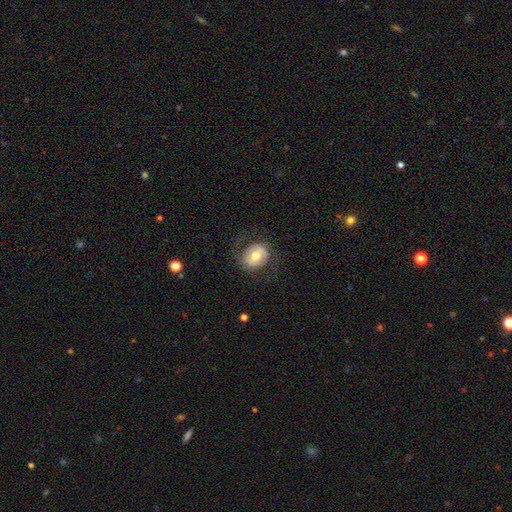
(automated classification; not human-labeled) Morphology: type=smooth (49%); merging=none (73%).